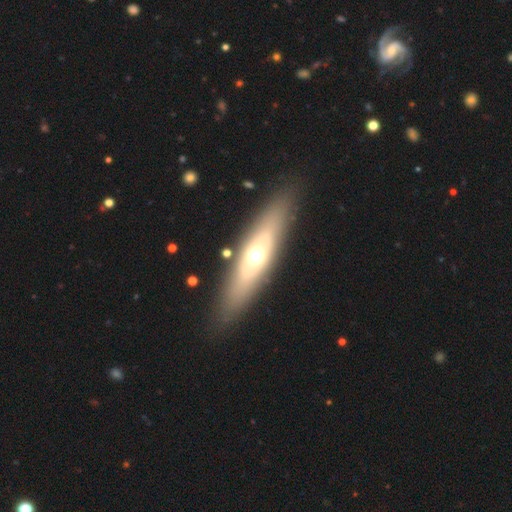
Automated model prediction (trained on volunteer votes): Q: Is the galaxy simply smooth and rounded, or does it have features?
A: featured or disk — 49%.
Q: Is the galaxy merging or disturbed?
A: none — 86%.